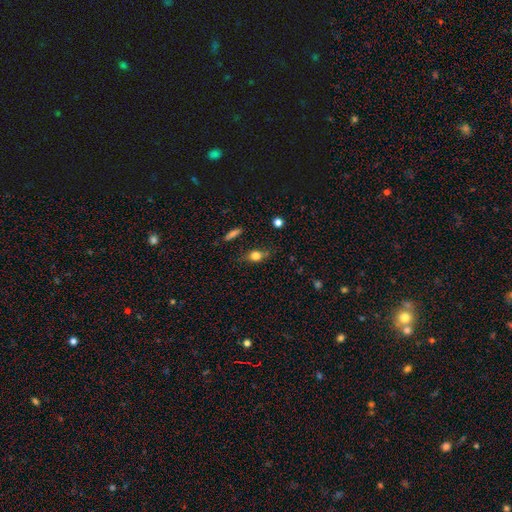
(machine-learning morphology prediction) Overall: smooth (72%). How rounded: in between (55%; round 35%). Merging: none (68%).